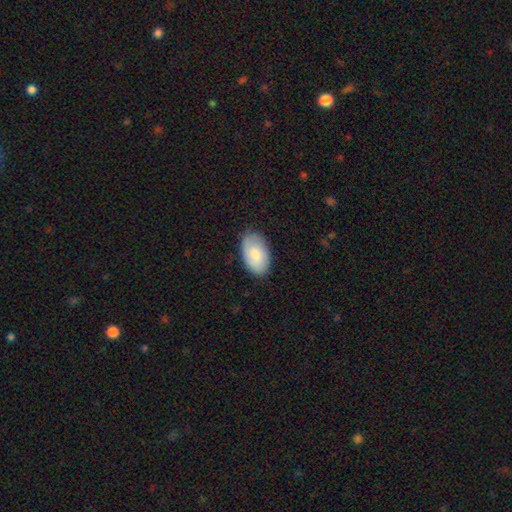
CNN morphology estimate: This is likely a smooth galaxy (76%). How rounded: clearly in between (94%). Merging: clearly none (82%).